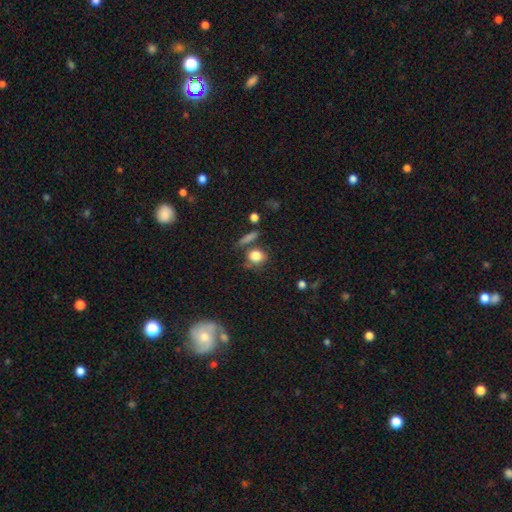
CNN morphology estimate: smooth 81%, star or artifact 10%, featured or disk 9%. Down the decision tree: how rounded — round (66%); merging — none (63%).